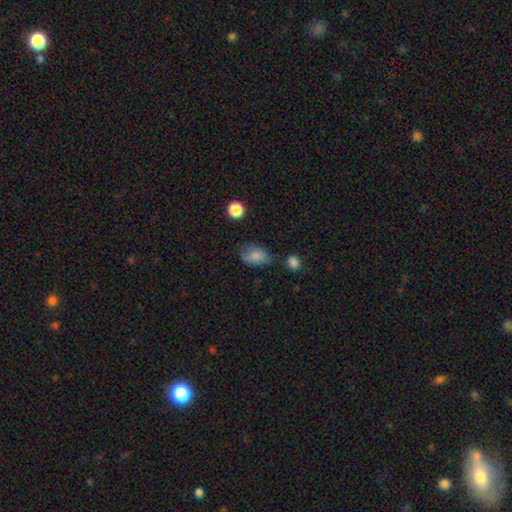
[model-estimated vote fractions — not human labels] A smooth galaxy with no disk features (81%) that is in between round and cigar-shaped (81%). Merging: none (56%).